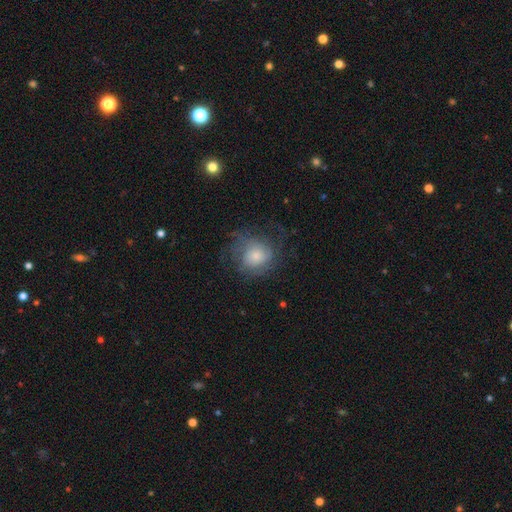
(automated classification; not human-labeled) A featured or disk galaxy (48%).

Vote fractions:
- Smooth or featured? featured or disk: 48% / smooth: 43% / star or artifact: 10%
- Merging? none: 57% / major disturbance: 21% / minor disturbance: 20% / merger: 1%